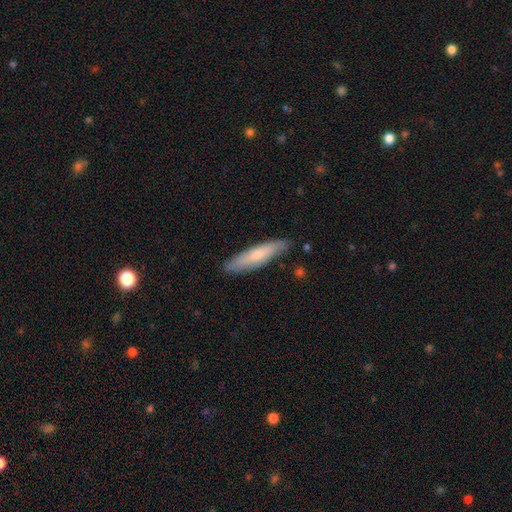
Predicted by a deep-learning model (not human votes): smooth 63%, featured or disk 31%, star or artifact 6%. Down the decision tree: how rounded — cigar-shaped (81%); merging — none (84%).